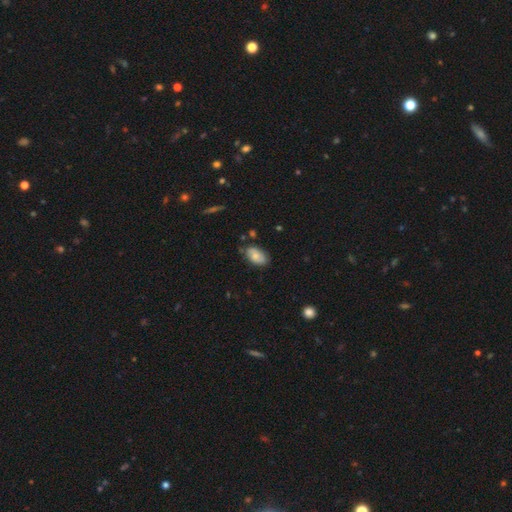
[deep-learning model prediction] A smooth galaxy with no disk features (72%) that is in between round and cigar-shaped (93%). Merging: none (68%).